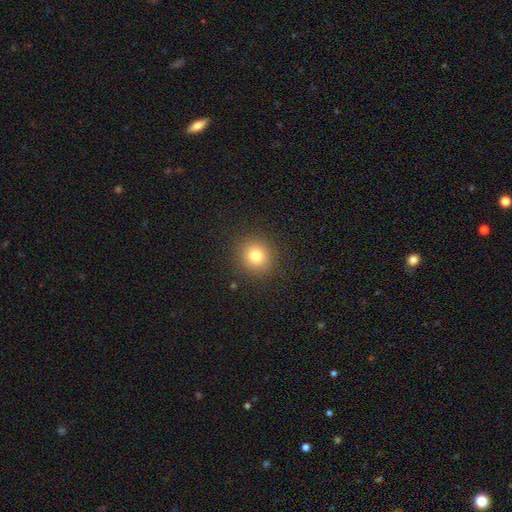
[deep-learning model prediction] A smooth galaxy with no disk features (79%) that is round (91%). Merging: none (90%).